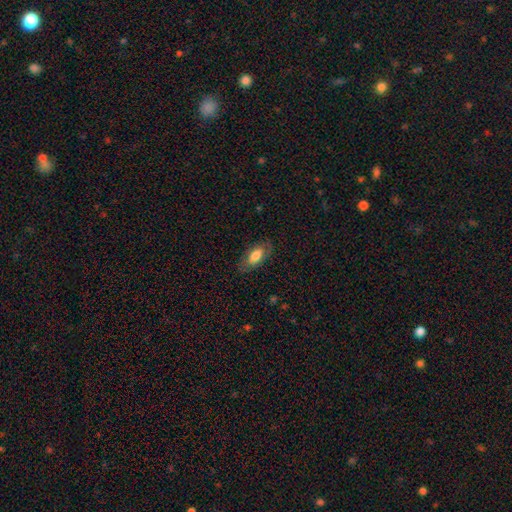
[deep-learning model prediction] Smooth or featured: smooth — 69% (featured or disk — 25%)
How rounded: in between — 88% (cigar-shaped — 9%)
Merging: none — 79% (minor disturbance — 15%)